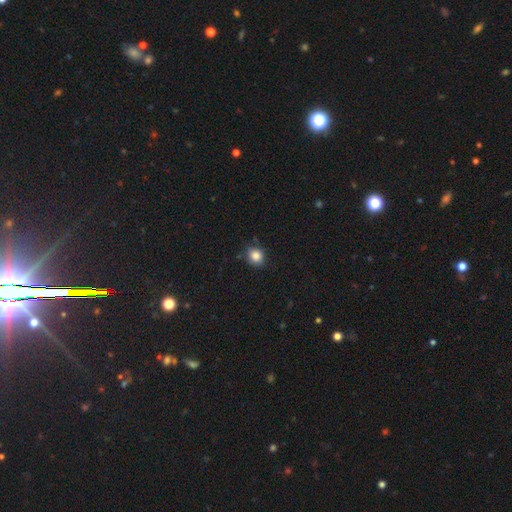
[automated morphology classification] Smooth or featured? Predicted: smooth (p=0.85). How rounded? Predicted: round (p=0.80). Merging? Predicted: none (p=0.82).